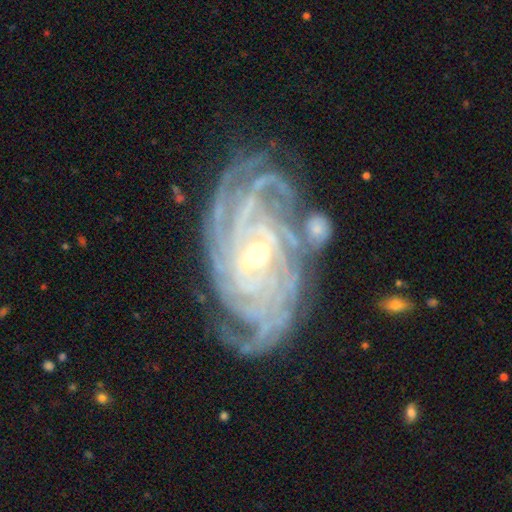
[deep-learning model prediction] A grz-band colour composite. It shows a featured or disk galaxy (92%) with a weak bar (44%), 4 (33%) tight (82%) spiral arms (98%) and a small central bulge (53%). Merging: none (73%).